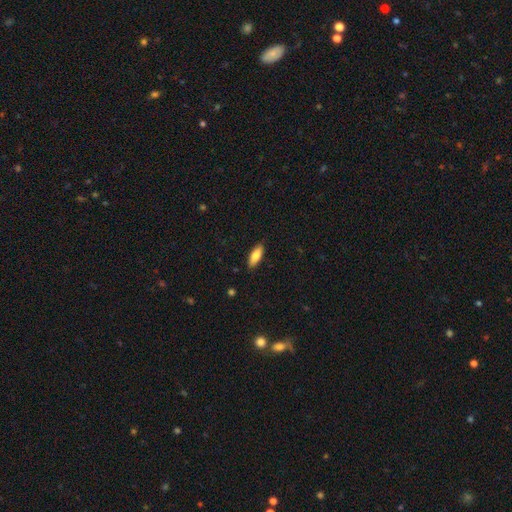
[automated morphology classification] smooth_or_featured: smooth (p=0.77) [alt: featured or disk p=0.17]
how_rounded: in between (p=0.68) [alt: cigar-shaped p=0.30]
merging: none (p=0.88) [alt: minor disturbance p=0.09]